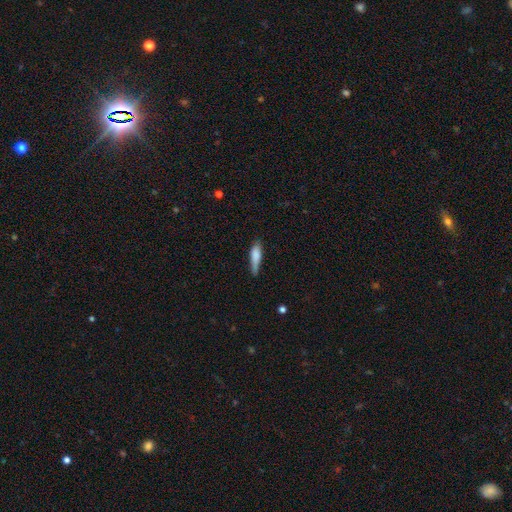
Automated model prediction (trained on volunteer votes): Smooth or featured? smooth (78%)
How rounded? cigar-shaped (69%)
Merging? none (53%)